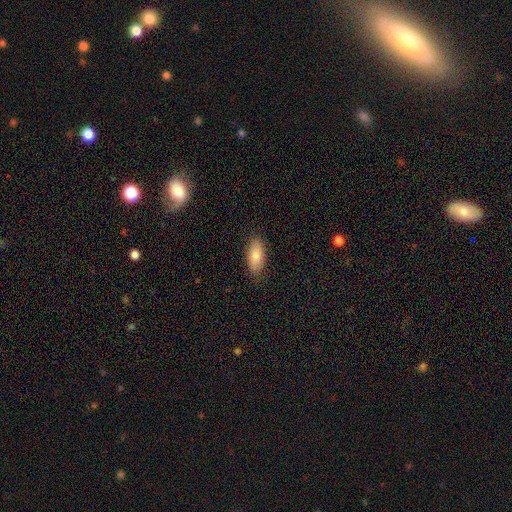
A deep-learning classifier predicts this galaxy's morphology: The model was most divided on "smooth or featured": smooth: 82%, featured or disk: 12%, star or artifact: 7%. More confident: how rounded — in between (89%); merging — none (84%).